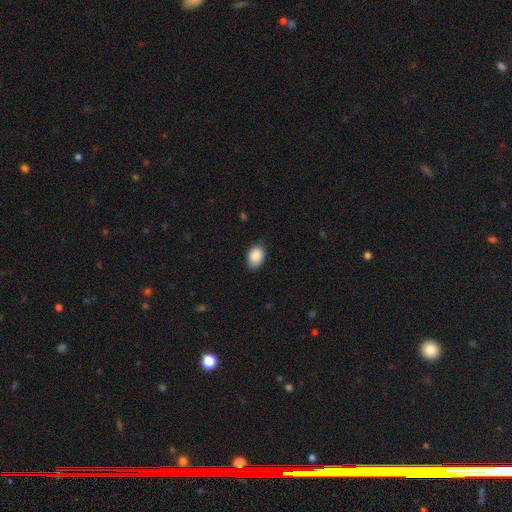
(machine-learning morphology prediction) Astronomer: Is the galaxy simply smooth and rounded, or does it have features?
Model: smooth — 89%.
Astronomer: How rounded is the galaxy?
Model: in between — 82%.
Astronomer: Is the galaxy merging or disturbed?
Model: none — 78%.